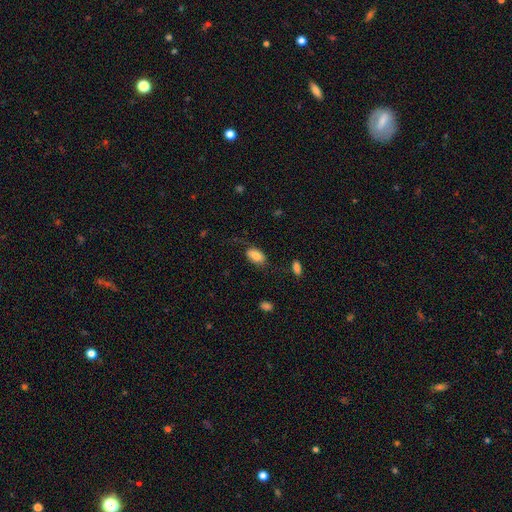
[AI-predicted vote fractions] This is likely a smooth galaxy (79%). How rounded: clearly in between (93%). Merging: likely none (66%).